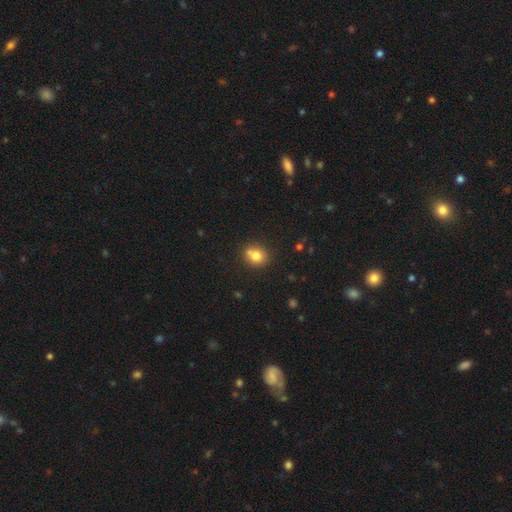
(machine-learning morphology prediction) This is likely a smooth galaxy (76%). How rounded: likely round (76%). Merging: possibly none (59%).